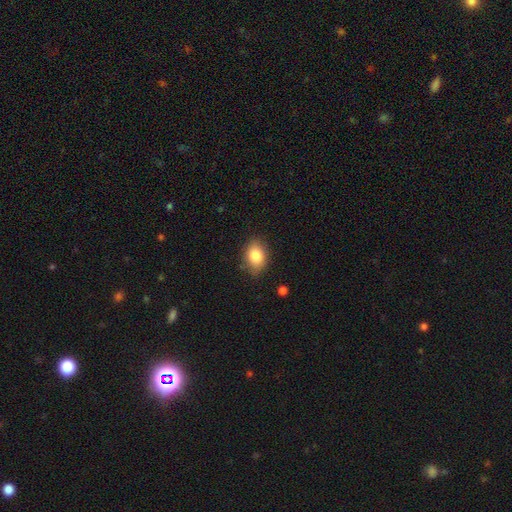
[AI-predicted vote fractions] Smooth or featured?
  - smooth: 83% *
  - featured or disk: 9%
  - star or artifact: 8%
How rounded?
  - in between: 78% *
  - round: 20%
  - cigar-shaped: 1%
Merging?
  - none: 81% *
  - minor disturbance: 15%
  - major disturbance: 3%
  - merger: 1%